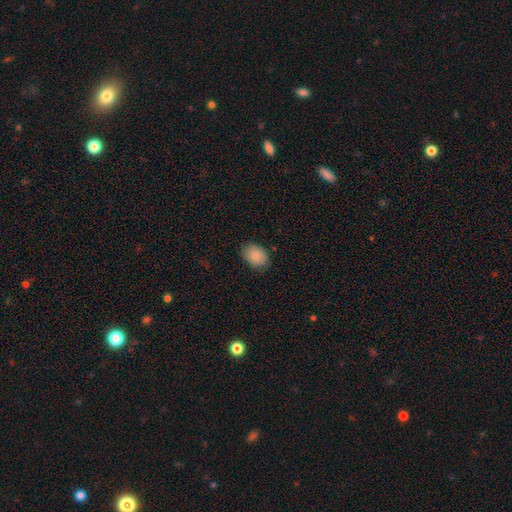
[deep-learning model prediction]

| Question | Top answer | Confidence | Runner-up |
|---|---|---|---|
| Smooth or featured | smooth | 87% | star or artifact (8%) |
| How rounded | in between | 76% | round (23%) |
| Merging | none | 84% | minor disturbance (13%) |